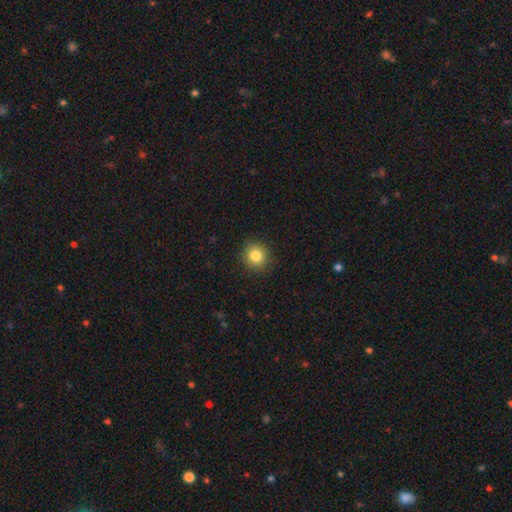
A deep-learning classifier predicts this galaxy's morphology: smooth-or-featured: smooth: 84% | star or artifact: 11% | featured or disk: 6%
  how-rounded: round: 89% | in between: 10% | cigar-shaped: 1%
  merging: none: 91% | minor disturbance: 6% | major disturbance: 2% | merger: 1%